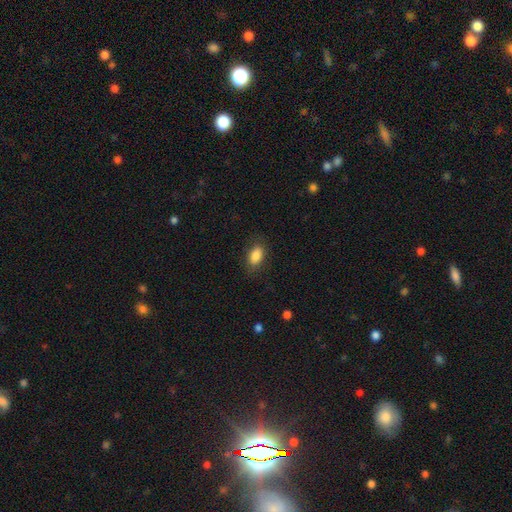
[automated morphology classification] smooth-or-featured: smooth: 86% | star or artifact: 8% | featured or disk: 7%
  how-rounded: in between: 90% | round: 7% | cigar-shaped: 3%
  merging: none: 81% | minor disturbance: 14% | major disturbance: 5% | merger: 1%